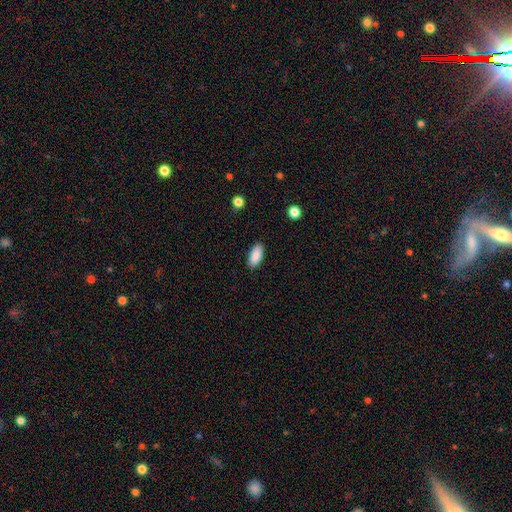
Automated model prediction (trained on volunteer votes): smooth 90%, star or artifact 7%, featured or disk 4%. Down the decision tree: how rounded — in between (91%); merging — none (88%).